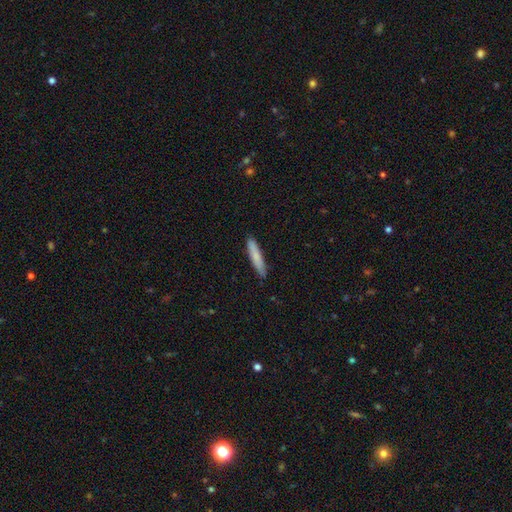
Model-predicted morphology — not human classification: Q: Smooth or featured?
A: smooth (79%); runner-up: featured or disk (16%)
Q: How rounded?
A: cigar-shaped (91%); runner-up: in between (8%)
Q: Merging?
A: none (88%); runner-up: minor disturbance (9%)